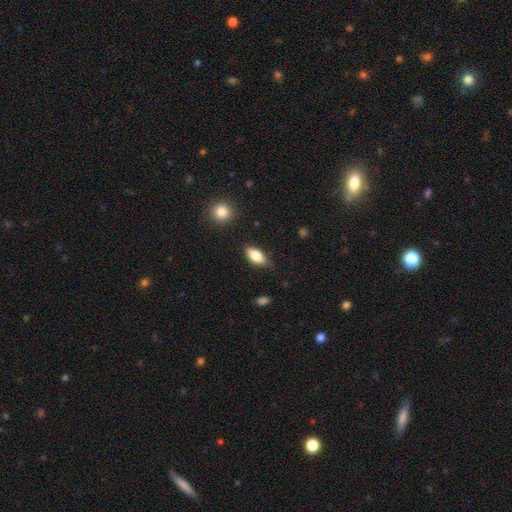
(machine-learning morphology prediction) type=smooth (81%); roundness=in between (88%); merging=none (80%).